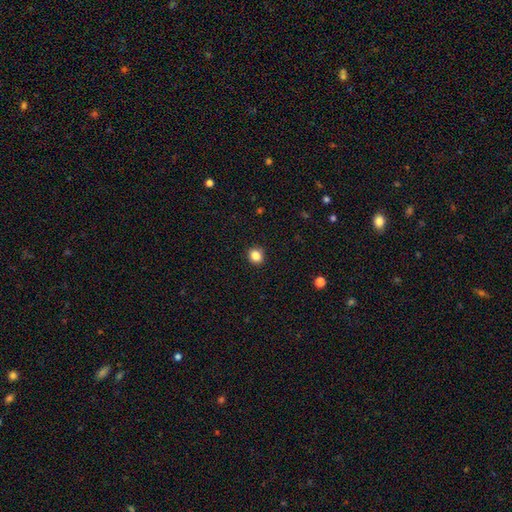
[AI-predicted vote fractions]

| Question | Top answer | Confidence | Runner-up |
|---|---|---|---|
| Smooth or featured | smooth | 85% | star or artifact (11%) |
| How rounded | round | 75% | in between (24%) |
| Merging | none | 92% | minor disturbance (6%) |